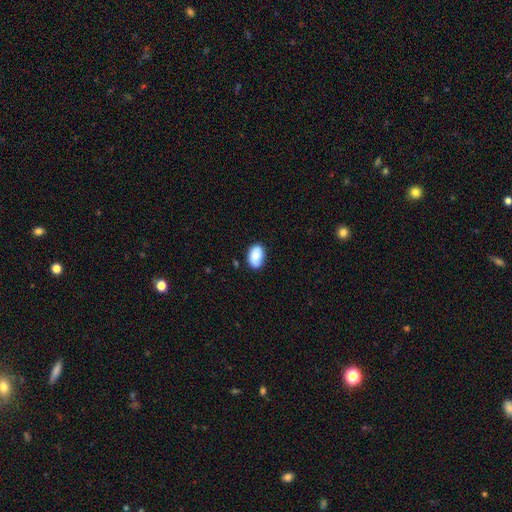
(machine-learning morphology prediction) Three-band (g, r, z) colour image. It shows a smooth galaxy with no disk features (85%) that is in between round and cigar-shaped (90%). Merging: none (78%).